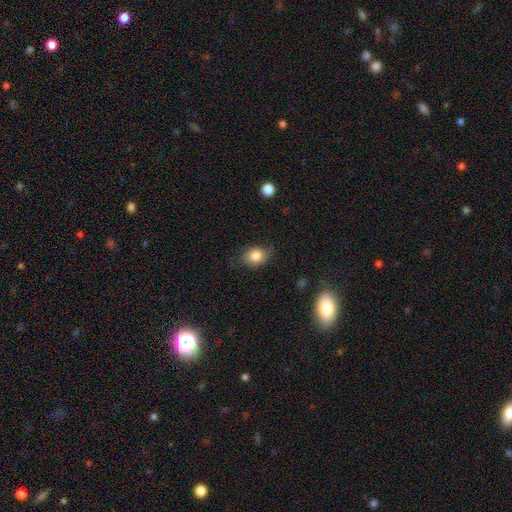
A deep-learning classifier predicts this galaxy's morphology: type=smooth (83%); roundness=in between (58%); merging=none (74%).